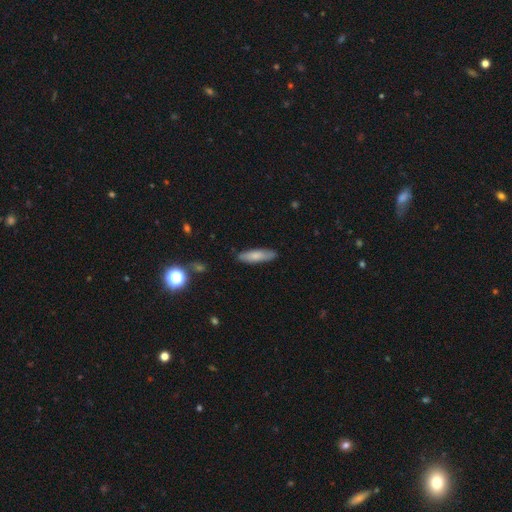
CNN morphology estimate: Smooth or featured? smooth (77%)
How rounded? cigar-shaped (66%)
Merging? none (86%)